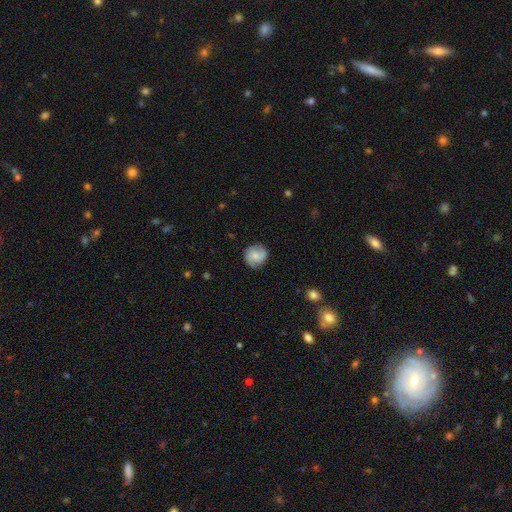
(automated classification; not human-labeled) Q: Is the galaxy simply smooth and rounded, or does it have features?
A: smooth — 50%.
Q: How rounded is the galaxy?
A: round — 87%.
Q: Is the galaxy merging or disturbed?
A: none — 79%.